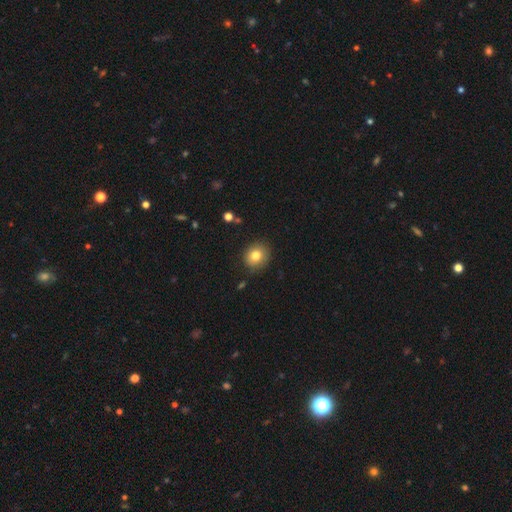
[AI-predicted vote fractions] Overall: smooth (79%). How rounded: round (80%). Merging: none (87%).